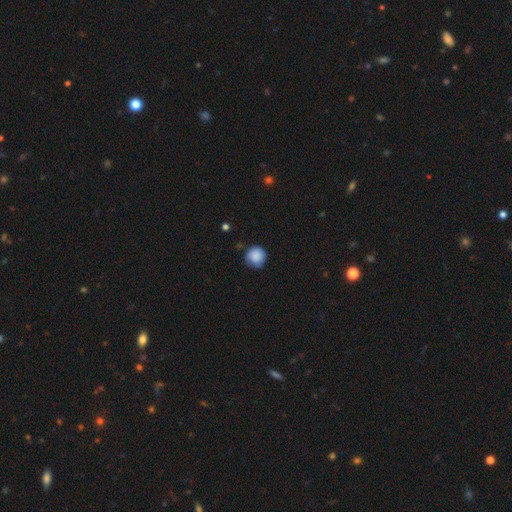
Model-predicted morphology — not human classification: A smooth galaxy with no disk features (85%) that is round (92%).

Vote fractions:
- Smooth or featured? smooth: 85% / star or artifact: 8% / featured or disk: 8%
- How rounded? round: 92% / in between: 7% / cigar-shaped: 1%
- Merging? none: 68% / minor disturbance: 25% / major disturbance: 5% / merger: 2%